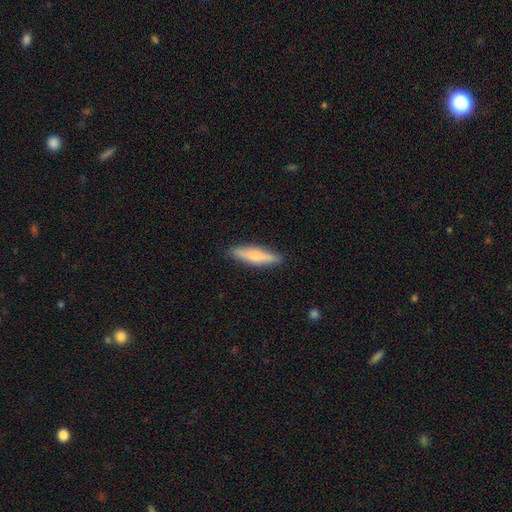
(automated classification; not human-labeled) Morphology: type=smooth (69%); roundness=cigar-shaped (79%); merging=none (88%).